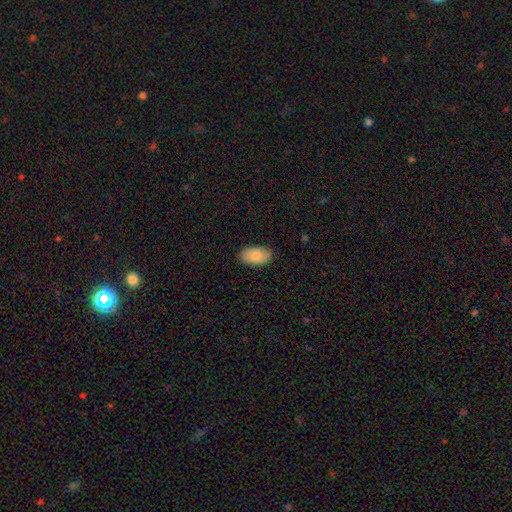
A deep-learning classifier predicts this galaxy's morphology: Smooth or featured?
  - smooth: 86% *
  - featured or disk: 8%
  - star or artifact: 6%
How rounded?
  - in between: 94% *
  - round: 4%
  - cigar-shaped: 1%
Merging?
  - none: 85% *
  - minor disturbance: 12%
  - major disturbance: 2%
  - merger: 1%